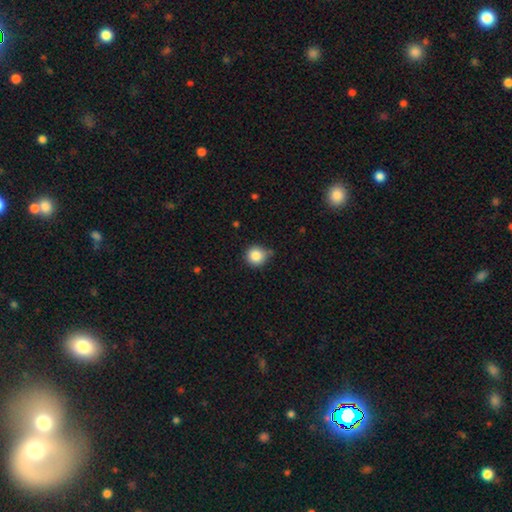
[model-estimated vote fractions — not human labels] A smooth galaxy with no disk features (86%) that is round (93%).

Vote fractions:
- Smooth or featured? smooth: 86% / star or artifact: 10% / featured or disk: 4%
- How rounded? round: 93% / in between: 6% / cigar-shaped: 1%
- Merging? none: 72% / minor disturbance: 21% / major disturbance: 4% / merger: 4%